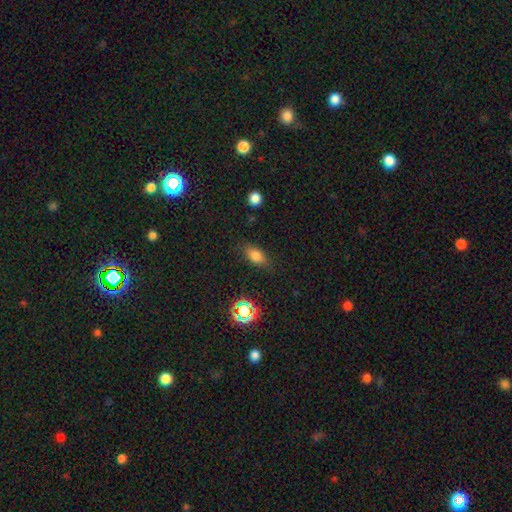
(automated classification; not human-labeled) Q: Smooth or featured?
A: smooth (77%); runner-up: star or artifact (13%)
Q: How rounded?
A: in between (82%); runner-up: cigar-shaped (9%)
Q: Merging?
A: none (82%); runner-up: minor disturbance (13%)